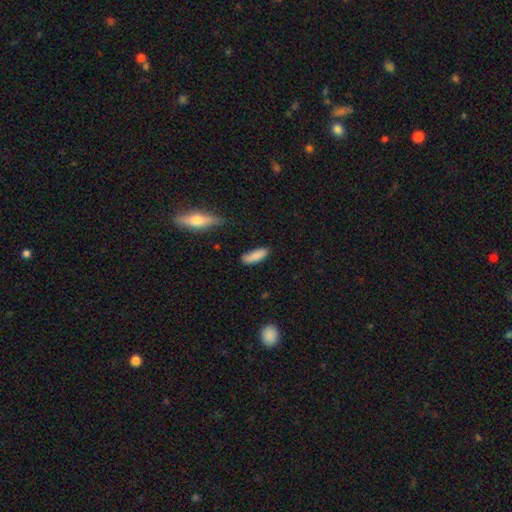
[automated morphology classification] This appears to be a smooth galaxy with no disk features (86%) that is in between round and cigar-shaped (57%). Merging: none (75%).